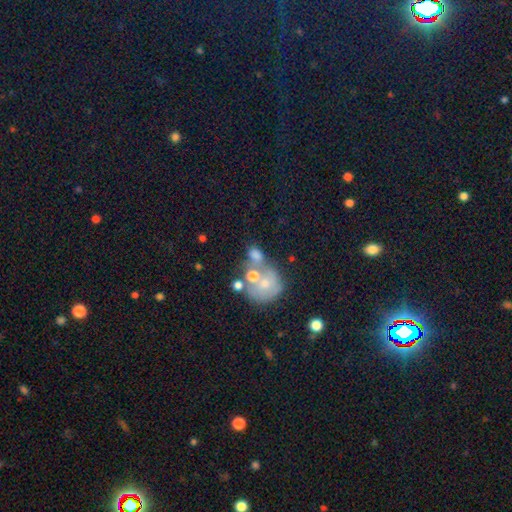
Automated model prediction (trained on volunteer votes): A smooth galaxy with no disk features (58%) that is round (58%).

Vote fractions:
- Smooth or featured? smooth: 58% / featured or disk: 27% / star or artifact: 14%
- How rounded? round: 58% / in between: 40% / cigar-shaped: 1%
- Merging? merger: 47% / none: 27% / major disturbance: 14% / minor disturbance: 12%